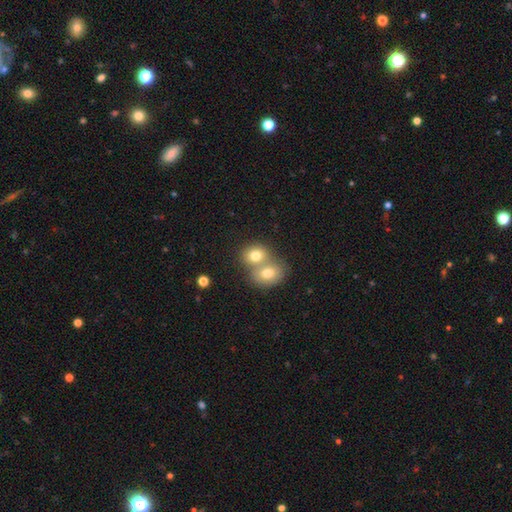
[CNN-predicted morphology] type=smooth (76%); roundness=round (59%); merging=merger (63%).